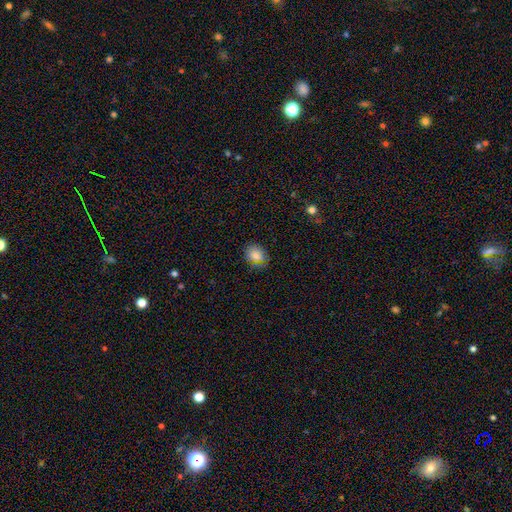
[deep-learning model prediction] Morphology: type=smooth (80%); roundness=in between (57%); merging=none (80%).